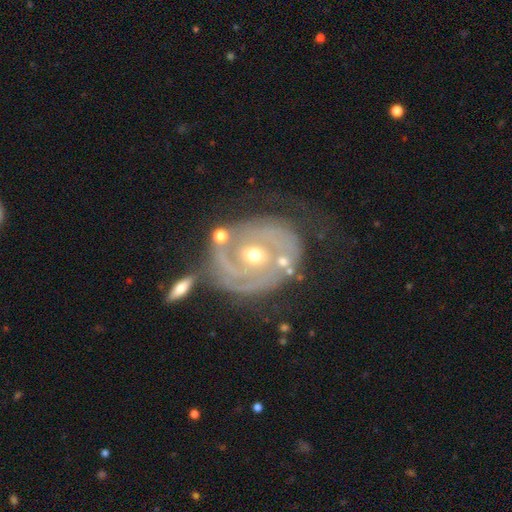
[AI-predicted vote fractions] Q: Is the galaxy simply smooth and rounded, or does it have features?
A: featured or disk — 87%.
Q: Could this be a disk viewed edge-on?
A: no — 97%.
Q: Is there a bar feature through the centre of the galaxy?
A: no — 60%.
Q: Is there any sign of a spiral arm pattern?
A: yes — 89%.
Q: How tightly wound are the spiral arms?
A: tight — 70%.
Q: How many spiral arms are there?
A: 2 — 43%.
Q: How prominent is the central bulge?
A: moderate — 56%.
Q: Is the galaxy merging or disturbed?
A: none — 49%.